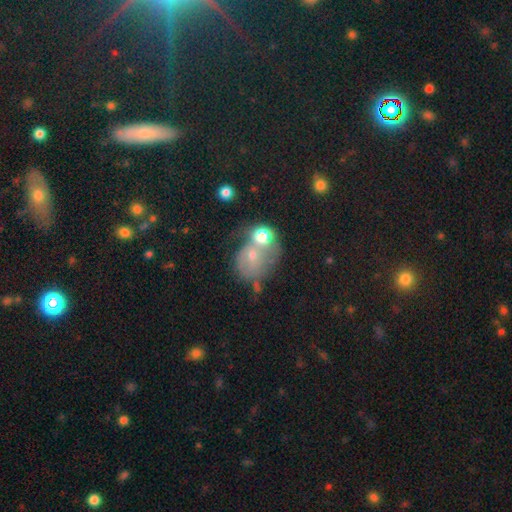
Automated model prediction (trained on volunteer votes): Morphology: type=smooth (36%); merging=none (49%).